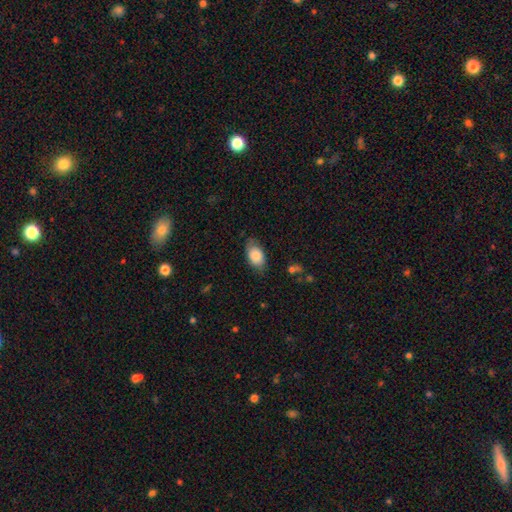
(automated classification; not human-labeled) smooth-or-featured: smooth: 82% | featured or disk: 12% | star or artifact: 7%
  how-rounded: in between: 91% | round: 7% | cigar-shaped: 2%
  merging: none: 71% | minor disturbance: 23% | major disturbance: 5% | merger: 1%